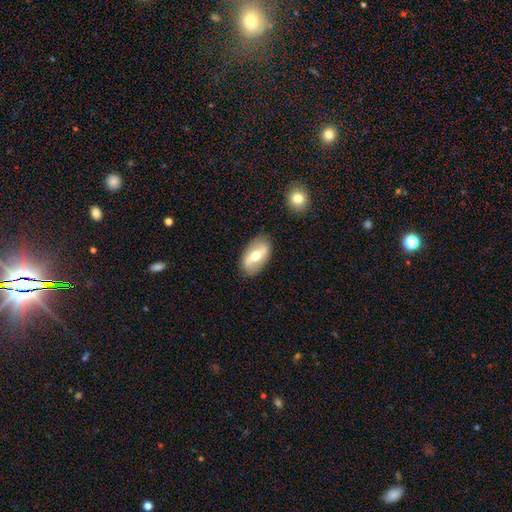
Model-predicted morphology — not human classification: type=featured or disk (59%); edge-on=no (84%); merging=none (83%).